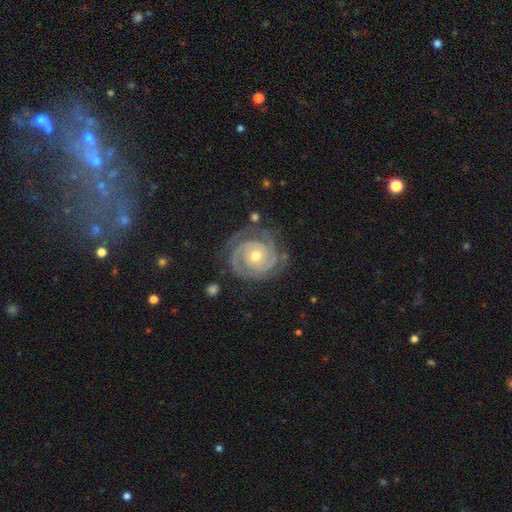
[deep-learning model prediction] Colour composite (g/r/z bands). It shows a featured or disk galaxy (91%) with no bar (74%), 2 (50%) tight (82%) spiral arms (98%) and a moderate central bulge (57%). Merging: none (76%).